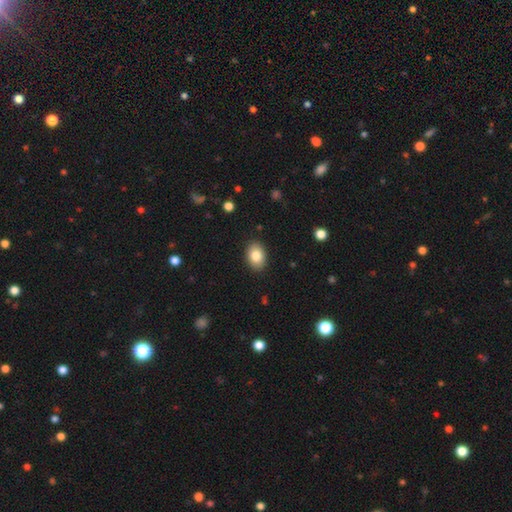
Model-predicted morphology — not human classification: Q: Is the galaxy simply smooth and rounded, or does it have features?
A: smooth — 84%.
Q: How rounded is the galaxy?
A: in between — 84%.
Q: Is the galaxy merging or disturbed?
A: none — 89%.